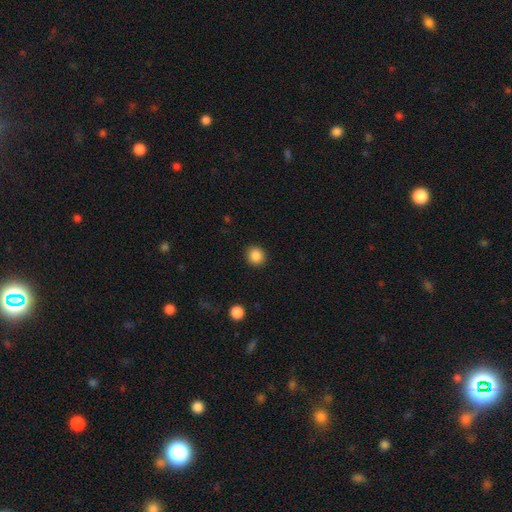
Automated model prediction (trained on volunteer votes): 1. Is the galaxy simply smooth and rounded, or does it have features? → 87% smooth, 10% star or artifact, 3% featured or disk.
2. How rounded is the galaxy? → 85% round, 14% in between, 1% cigar-shaped.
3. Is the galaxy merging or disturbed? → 90% none, 6% minor disturbance, 2% major disturbance, 1% merger.